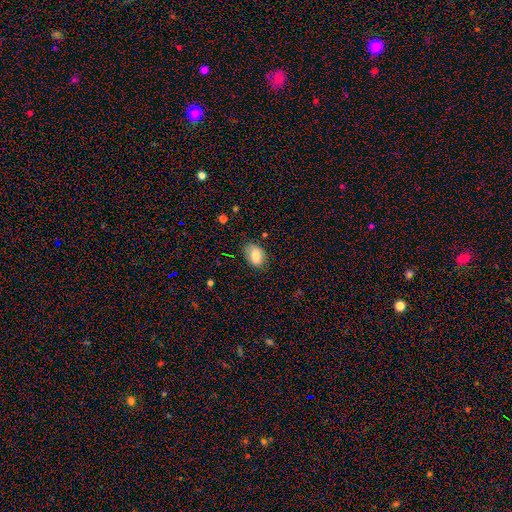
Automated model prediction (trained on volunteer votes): Smooth or featured?
  - smooth: 80% *
  - featured or disk: 12%
  - star or artifact: 8%
How rounded?
  - in between: 83% *
  - round: 16%
  - cigar-shaped: 1%
Merging?
  - none: 73% *
  - minor disturbance: 22%
  - major disturbance: 4%
  - merger: 1%